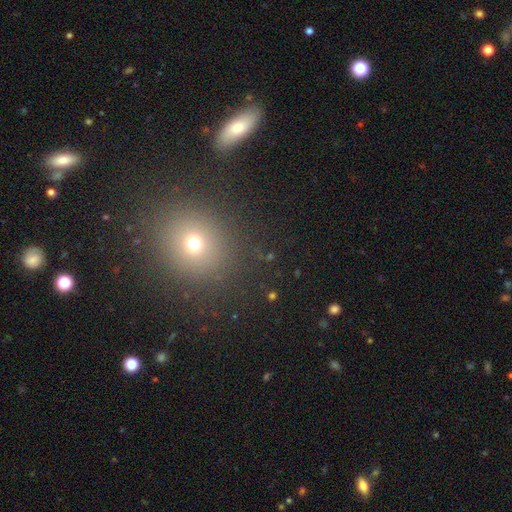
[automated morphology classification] Smooth or featured?
  - smooth: 56% *
  - star or artifact: 33%
  - featured or disk: 12%
How rounded?
  - round: 79% *
  - in between: 19%
  - cigar-shaped: 2%
Merging?
  - none: 86% *
  - minor disturbance: 7%
  - major disturbance: 3%
  - merger: 3%